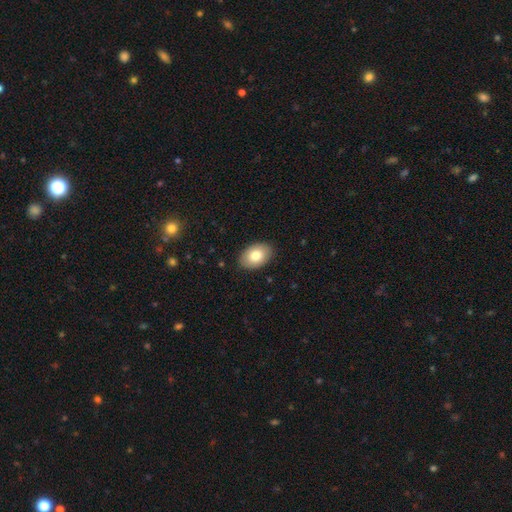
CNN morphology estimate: Smooth or featured?
  - smooth: 81% *
  - featured or disk: 13%
  - star or artifact: 7%
How rounded?
  - in between: 85% *
  - round: 14%
  - cigar-shaped: 1%
Merging?
  - none: 88% *
  - minor disturbance: 9%
  - major disturbance: 2%
  - merger: 1%